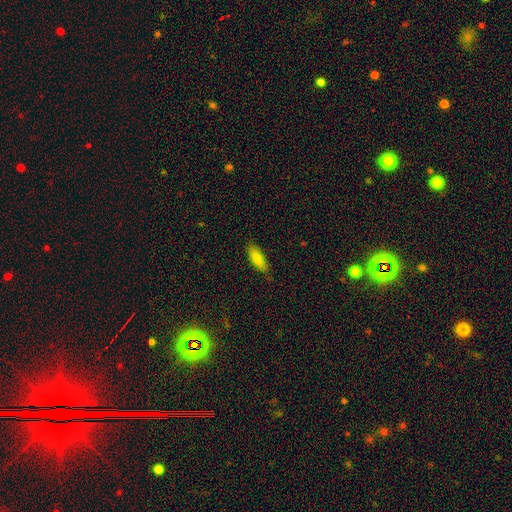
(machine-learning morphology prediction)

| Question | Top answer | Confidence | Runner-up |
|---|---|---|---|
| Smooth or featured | smooth | 85% | star or artifact (8%) |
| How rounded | in between | 63% | cigar-shaped (35%) |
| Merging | none | 83% | minor disturbance (13%) |